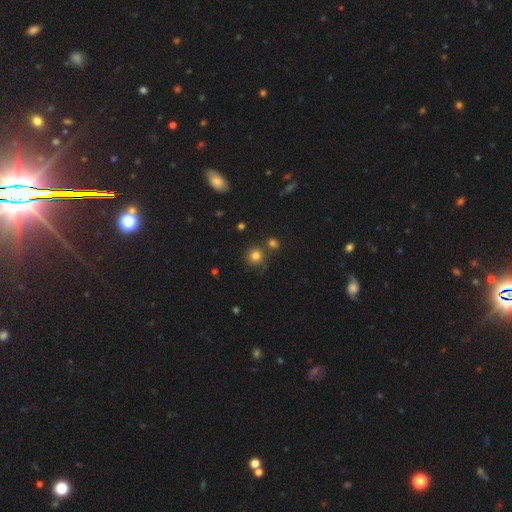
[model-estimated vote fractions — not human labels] smooth 79%, star or artifact 13%, featured or disk 7%. Down the decision tree: how rounded — round (90%); merging — none (72%).